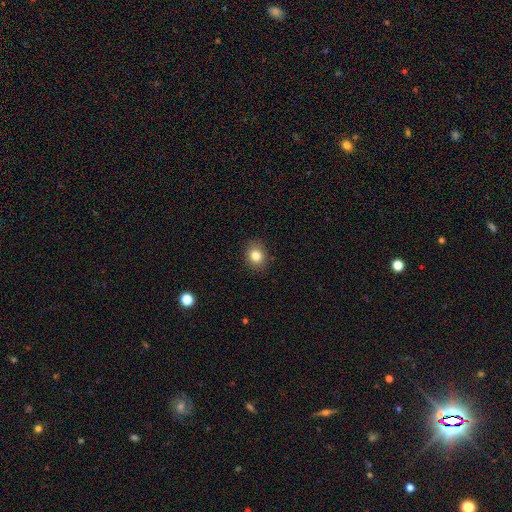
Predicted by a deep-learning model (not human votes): Smooth or featured? Predicted: smooth (p=0.83). How rounded? Predicted: round (p=0.60). Merging? Predicted: none (p=0.88).